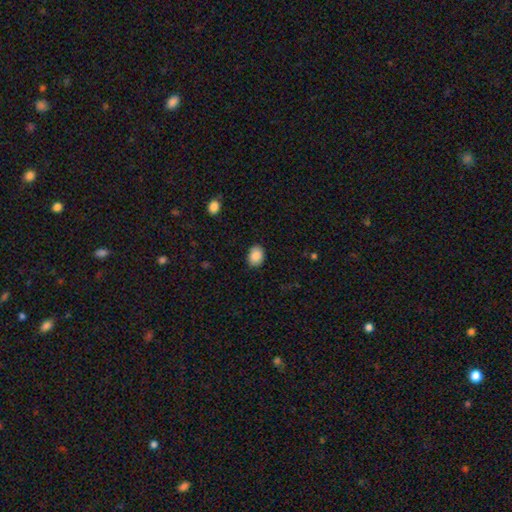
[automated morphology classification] Smooth or featured: smooth — 88% (star or artifact — 8%)
How rounded: in between — 66% (round — 33%)
Merging: none — 88% (minor disturbance — 9%)